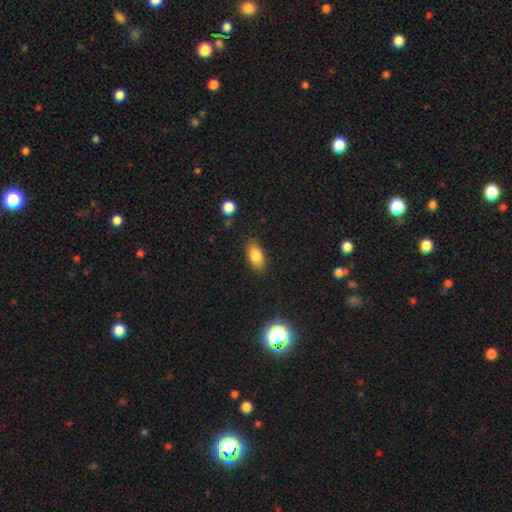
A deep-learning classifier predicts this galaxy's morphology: smooth-or-featured: smooth: 82% | featured or disk: 10% | star or artifact: 8%
  how-rounded: in between: 88% | cigar-shaped: 6% | round: 6%
  merging: none: 84% | minor disturbance: 12% | major disturbance: 3% | merger: 2%